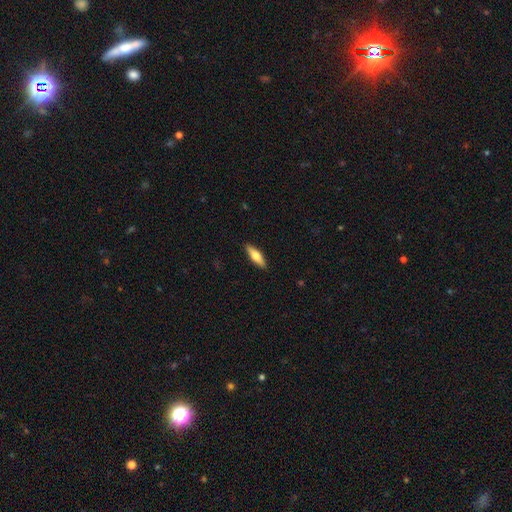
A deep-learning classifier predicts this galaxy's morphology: Q: Smooth or featured?
A: smooth (60%); runner-up: featured or disk (35%)
Q: How rounded?
A: cigar-shaped (55%); runner-up: in between (43%)
Q: Merging?
A: none (90%); runner-up: minor disturbance (8%)